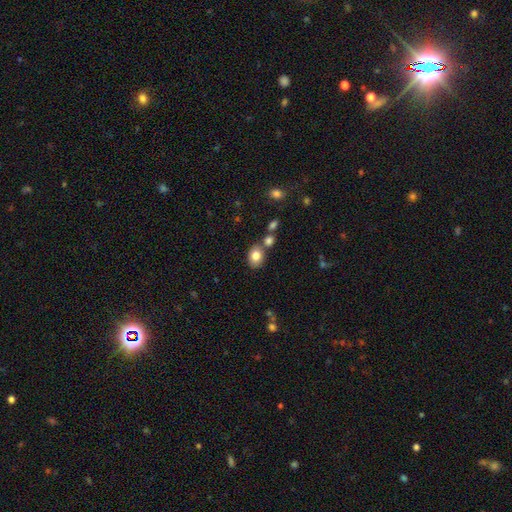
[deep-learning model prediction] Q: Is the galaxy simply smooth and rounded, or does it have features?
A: smooth — 81%.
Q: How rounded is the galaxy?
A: in between — 64%.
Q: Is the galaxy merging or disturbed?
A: none — 66%.